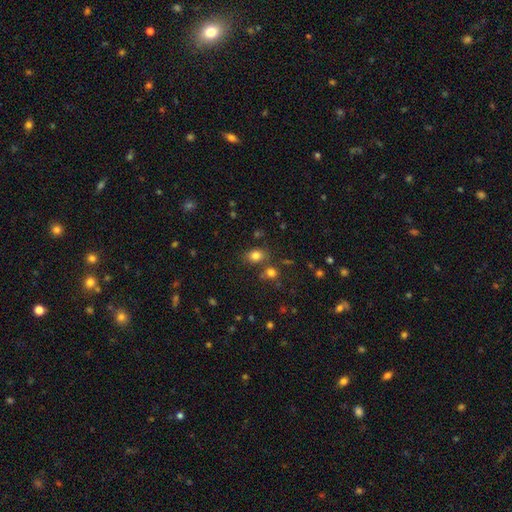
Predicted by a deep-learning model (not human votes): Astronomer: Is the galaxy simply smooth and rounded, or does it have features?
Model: smooth — 79%.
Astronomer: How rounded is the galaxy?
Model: in between — 60% (runner-up: round, 39%).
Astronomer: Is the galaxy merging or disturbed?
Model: none — 72%.